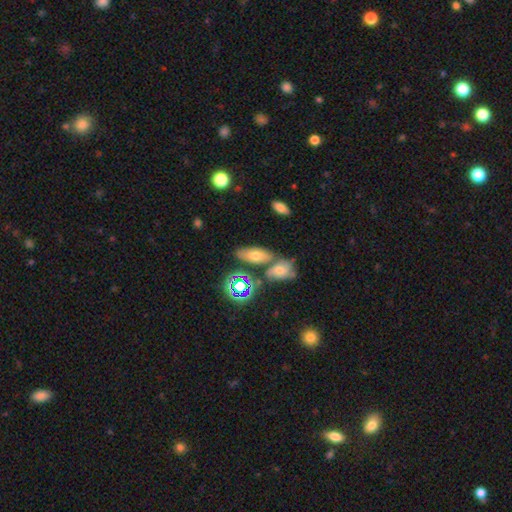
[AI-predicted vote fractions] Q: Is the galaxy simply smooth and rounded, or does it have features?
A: smooth — 56%.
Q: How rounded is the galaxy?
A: in between — 80%.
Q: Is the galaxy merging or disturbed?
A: none — 58%.